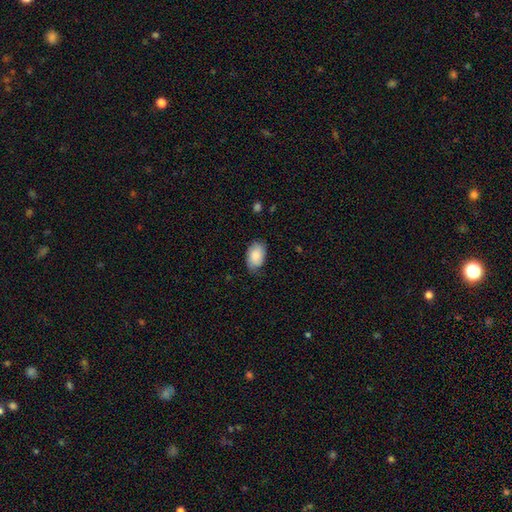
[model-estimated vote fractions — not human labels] A smooth galaxy with no disk features (82%) that is in between round and cigar-shaped (91%). Merging: none (68%).